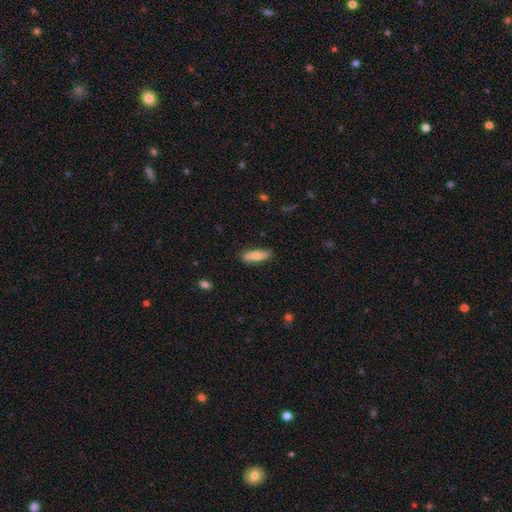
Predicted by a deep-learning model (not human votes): Q: Smooth or featured?
A: smooth (71%); runner-up: featured or disk (23%)
Q: How rounded?
A: cigar-shaped (57%); runner-up: in between (40%)
Q: Merging?
A: none (84%); runner-up: minor disturbance (13%)